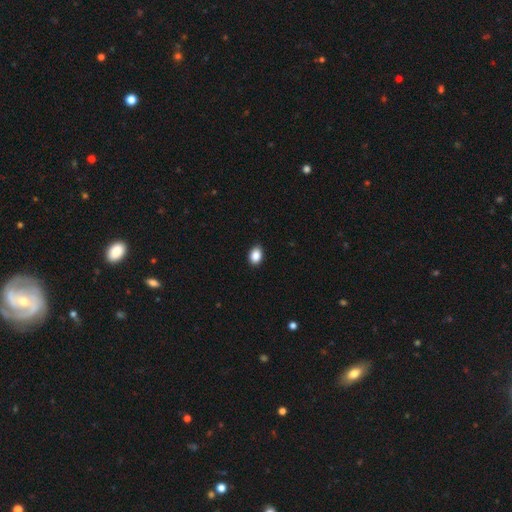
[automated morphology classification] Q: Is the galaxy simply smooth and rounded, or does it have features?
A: smooth — 89%.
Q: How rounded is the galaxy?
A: in between — 78%.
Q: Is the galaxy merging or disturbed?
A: none — 88%.